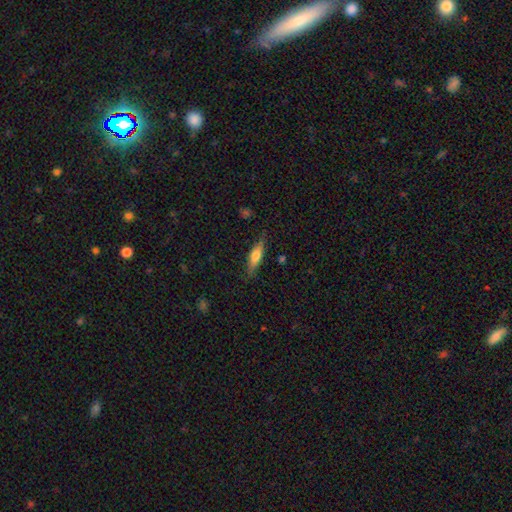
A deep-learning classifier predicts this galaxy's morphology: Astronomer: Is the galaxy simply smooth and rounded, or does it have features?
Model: smooth — 65%.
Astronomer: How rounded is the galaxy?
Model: cigar-shaped — 57% (runner-up: in between, 41%).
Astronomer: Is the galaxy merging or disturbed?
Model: none — 78%.